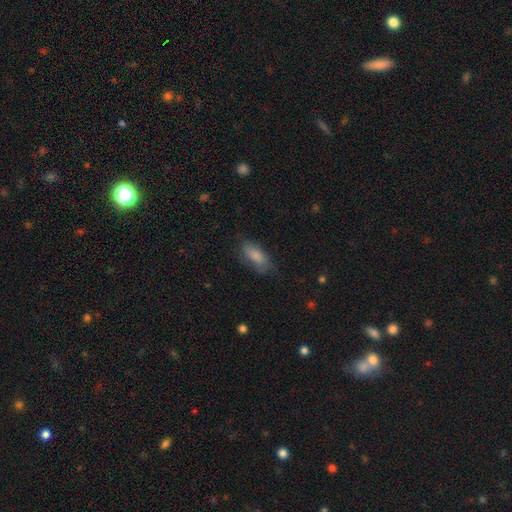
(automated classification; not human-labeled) Q: Smooth or featured?
A: smooth (83%); runner-up: featured or disk (10%)
Q: How rounded?
A: in between (81%); runner-up: cigar-shaped (16%)
Q: Merging?
A: none (69%); runner-up: minor disturbance (22%)